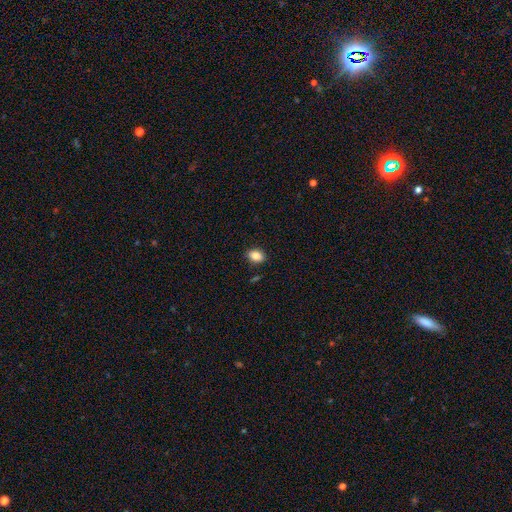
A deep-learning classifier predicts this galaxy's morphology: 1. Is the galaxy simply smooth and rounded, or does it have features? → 86% smooth, 9% star or artifact, 6% featured or disk.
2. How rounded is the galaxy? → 77% in between, 21% round, 1% cigar-shaped.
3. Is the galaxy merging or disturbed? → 87% none, 9% minor disturbance, 2% major disturbance, 2% merger.